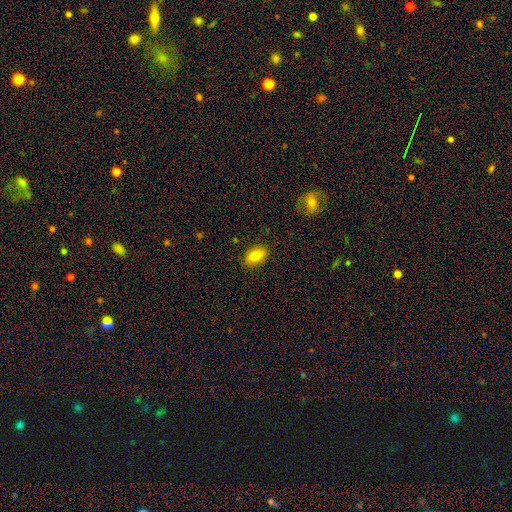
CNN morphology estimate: Smooth or featured? Predicted: smooth (p=0.82). How rounded? Predicted: in between (p=0.85). Merging? Predicted: none (p=0.87).